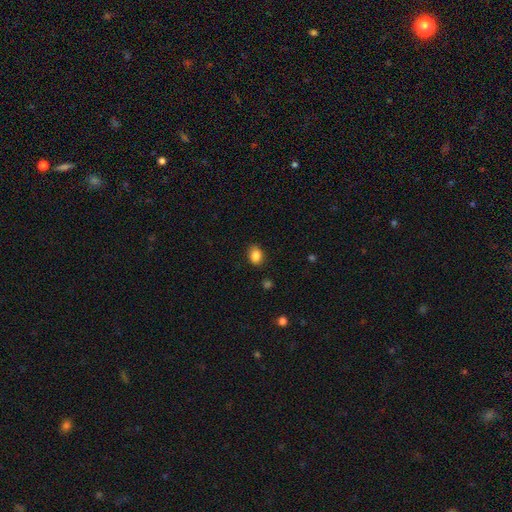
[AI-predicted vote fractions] A smooth galaxy with no disk features (87%) that is in between round and cigar-shaped (65%). Merging: none (85%).